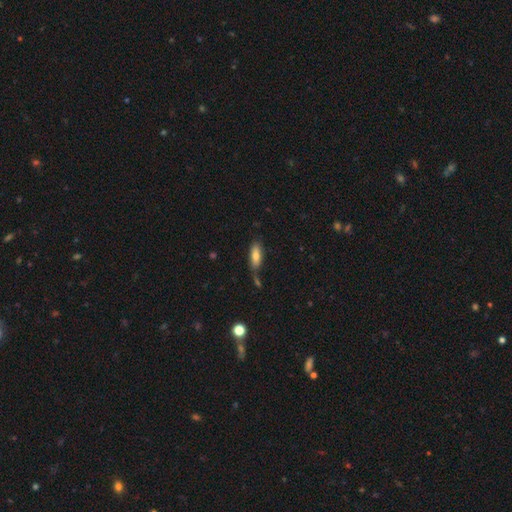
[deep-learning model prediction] Overall: smooth (74%). How rounded: in between (63%; cigar-shaped 35%). Merging: none (59%; minor disturbance 20%).